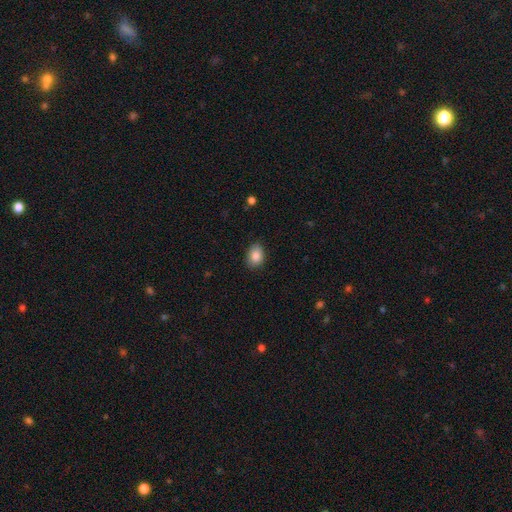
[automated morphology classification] Smooth or featured? Predicted: smooth (p=0.86). How rounded? Predicted: in between (p=0.74). Merging? Predicted: none (p=0.82).